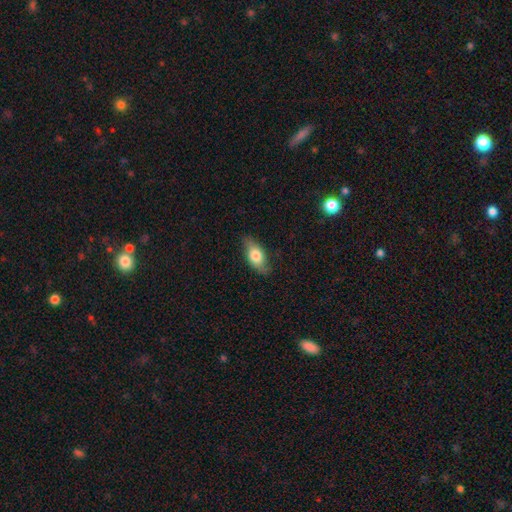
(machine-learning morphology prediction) This appears to be a smooth galaxy with no disk features (70%) that is in between round and cigar-shaped (85%). Merging: none (75%).